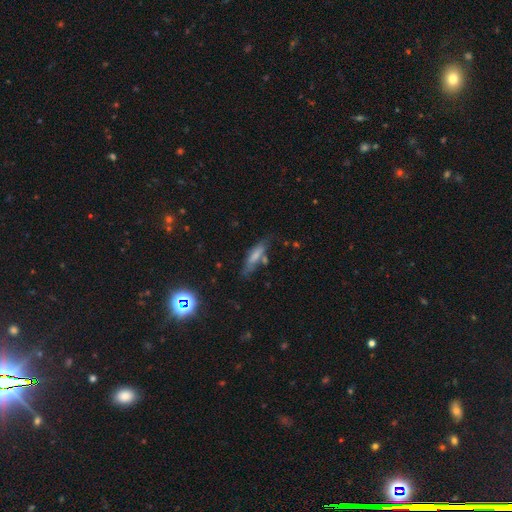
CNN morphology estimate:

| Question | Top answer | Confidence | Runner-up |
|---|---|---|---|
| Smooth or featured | smooth | 65% | featured or disk (26%) |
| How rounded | cigar-shaped | 66% | in between (32%) |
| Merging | none | 62% | minor disturbance (22%) |